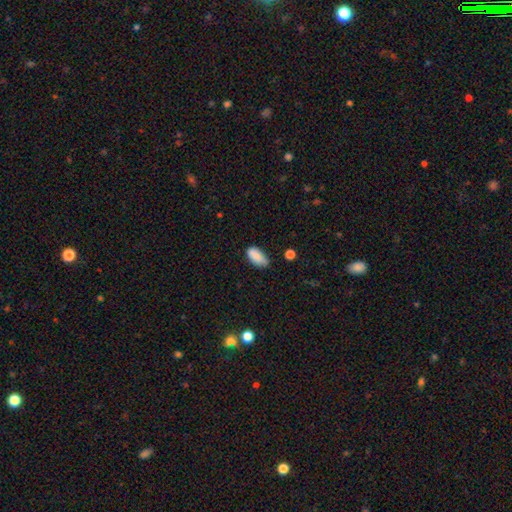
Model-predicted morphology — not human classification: Q: Smooth or featured?
A: smooth (86%); runner-up: star or artifact (8%)
Q: How rounded?
A: in between (92%); runner-up: cigar-shaped (5%)
Q: Merging?
A: none (61%); runner-up: minor disturbance (31%)